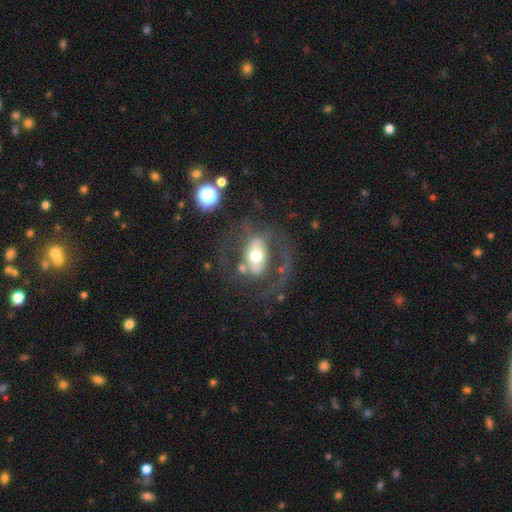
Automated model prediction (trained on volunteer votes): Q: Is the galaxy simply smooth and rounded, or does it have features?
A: featured or disk — 72%.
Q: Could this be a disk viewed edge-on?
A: no — 94%.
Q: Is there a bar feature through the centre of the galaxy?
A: no — 37%.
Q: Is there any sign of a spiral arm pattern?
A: yes — 64%.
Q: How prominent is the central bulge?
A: moderate — 65%.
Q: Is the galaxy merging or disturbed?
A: none — 57%.